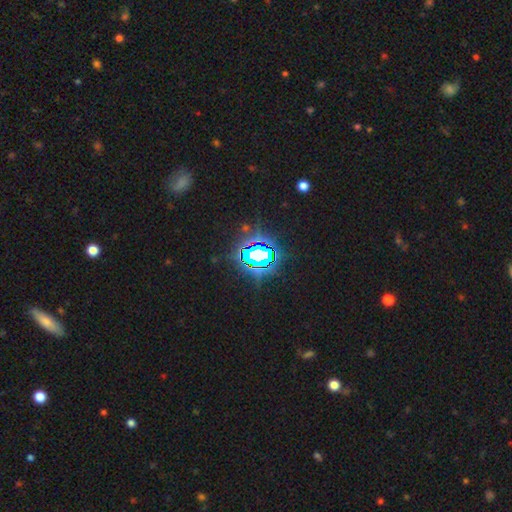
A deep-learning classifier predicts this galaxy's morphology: Overall: star or artifact (80%).